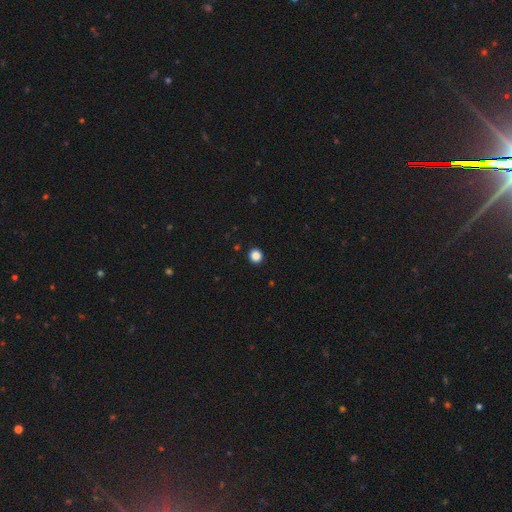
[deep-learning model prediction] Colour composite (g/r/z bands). It shows a smooth galaxy with no disk features (86%) that is round (91%). Merging: none (93%).